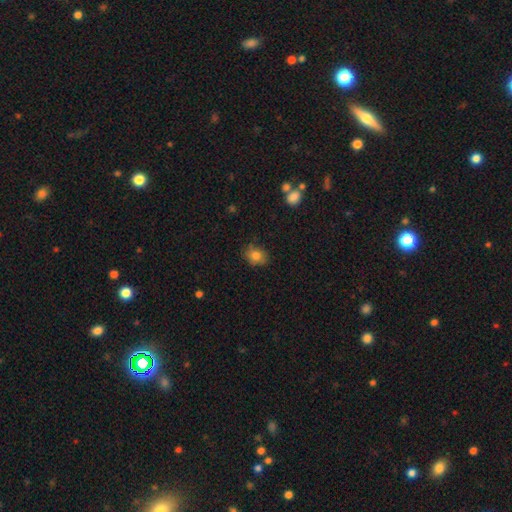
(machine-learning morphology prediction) Smooth or featured? smooth (82%)
How rounded? in between (52%)
Merging? none (78%)